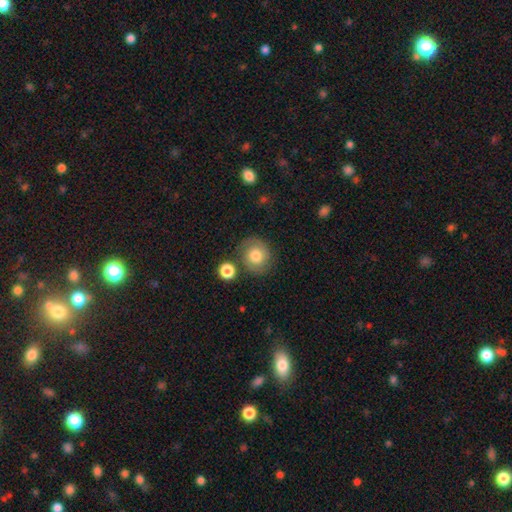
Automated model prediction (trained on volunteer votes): smooth_or_featured: featured or disk (p=0.53) [alt: smooth p=0.38]
disk_edge_on: no (p=0.97) [alt: yes p=0.03]
bar: no (p=0.78) [alt: weak p=0.19]
has_spiral_arms: yes (p=0.85) [alt: no p=0.15]
bulge_size: moderate (p=0.61) [alt: large p=0.24]
merging: none (p=0.79) [alt: minor disturbance p=0.12]